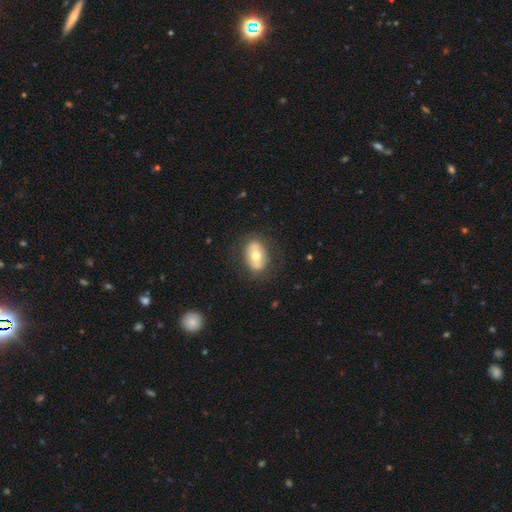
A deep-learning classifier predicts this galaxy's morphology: smooth-or-featured: smooth: 56% | featured or disk: 37% | star or artifact: 7%
  how-rounded: in between: 79% | round: 19% | cigar-shaped: 2%
  merging: none: 79% | minor disturbance: 14% | major disturbance: 6% | merger: 1%